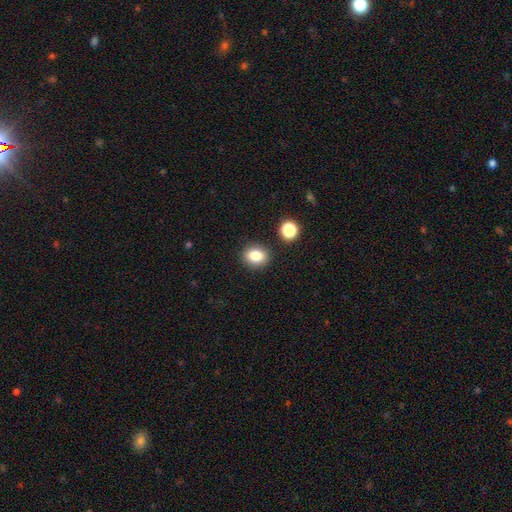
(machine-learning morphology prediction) The model was most divided on "how rounded": round: 54%, in between: 44%, cigar-shaped: 1%. More confident: merging — none (86%); smooth or featured — smooth (82%).